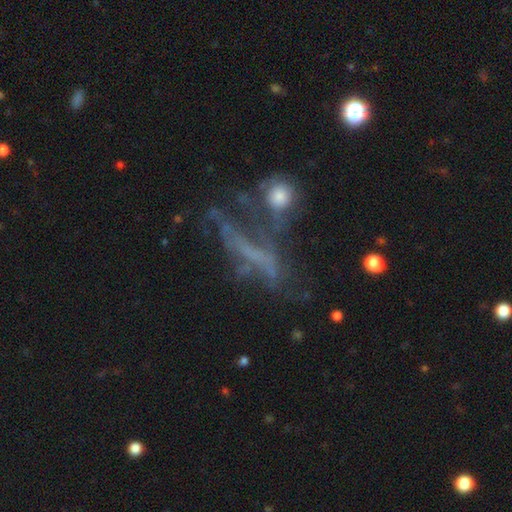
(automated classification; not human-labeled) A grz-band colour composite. It shows a featured or disk galaxy (47%). Merging: none (36%).